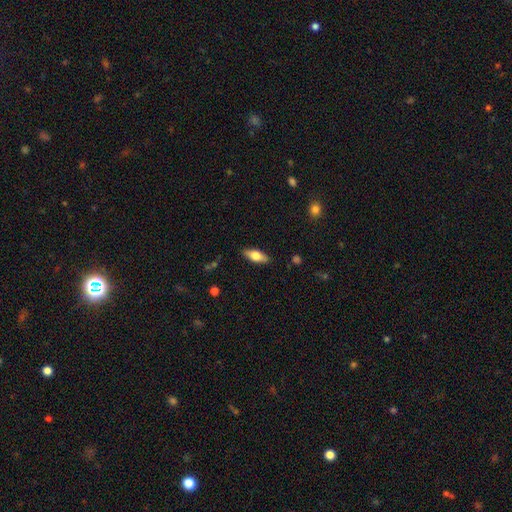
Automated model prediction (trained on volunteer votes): Smooth or featured?
  - smooth: 64% *
  - featured or disk: 30%
  - star or artifact: 6%
How rounded?
  - in between: 74% *
  - cigar-shaped: 23%
  - round: 3%
Merging?
  - none: 87% *
  - minor disturbance: 10%
  - major disturbance: 2%
  - merger: 1%